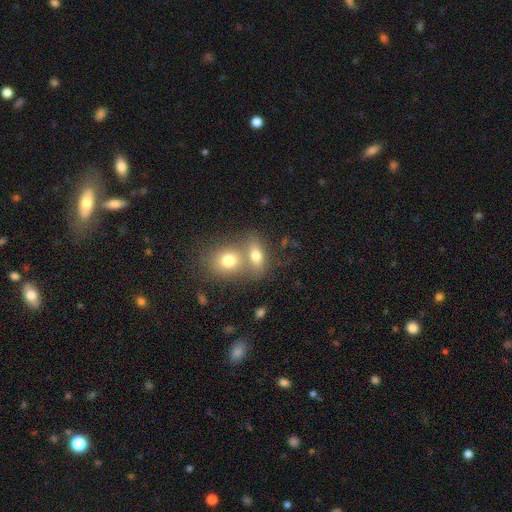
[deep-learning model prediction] Smooth or featured? smooth (74%)
How rounded? in between (72%)
Merging? merger (52%)